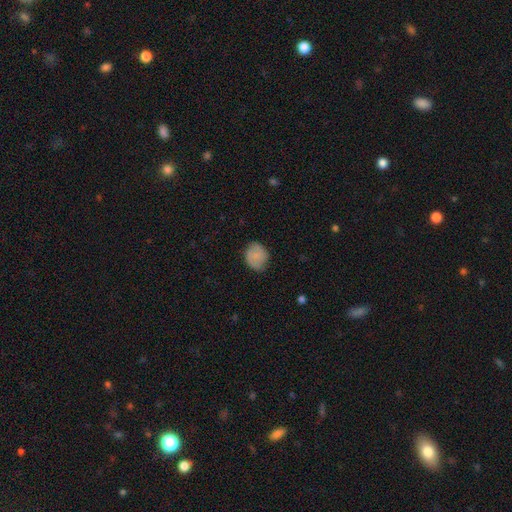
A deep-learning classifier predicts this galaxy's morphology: A smooth galaxy with no disk features (70%) that is round (58%). Merging: none (71%).